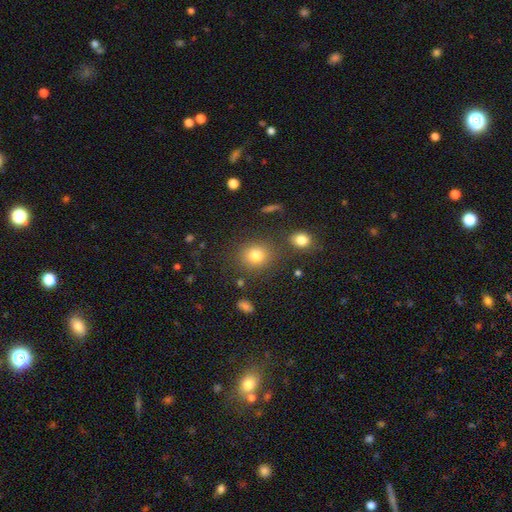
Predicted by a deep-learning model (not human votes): The model was most divided on "how rounded": round: 77%, in between: 22%, cigar-shaped: 1%. More confident: merging — none (80%); smooth or featured — smooth (79%).